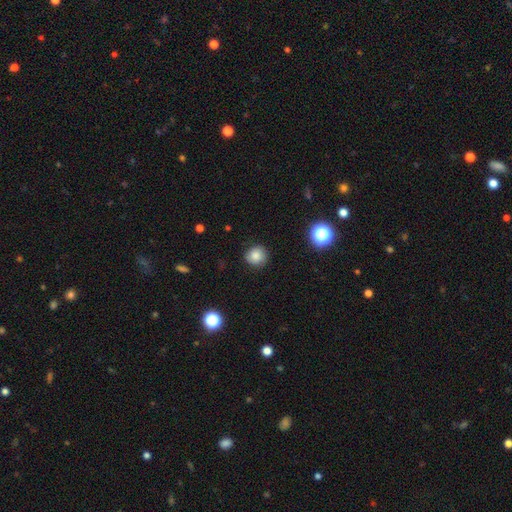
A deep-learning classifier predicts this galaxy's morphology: Q: Smooth or featured?
A: smooth (79%); runner-up: star or artifact (12%)
Q: How rounded?
A: round (88%); runner-up: in between (11%)
Q: Merging?
A: none (83%); runner-up: minor disturbance (12%)